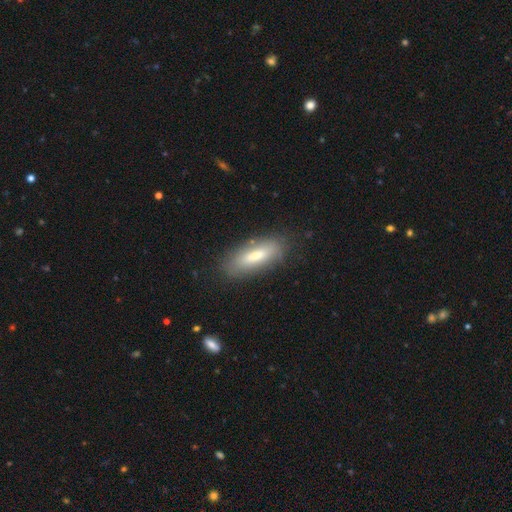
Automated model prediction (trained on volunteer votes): smooth_or_featured: smooth (p=0.69) [alt: featured or disk p=0.23]
how_rounded: in between (p=0.58) [alt: cigar-shaped p=0.40]
merging: none (p=0.82) [alt: minor disturbance p=0.13]